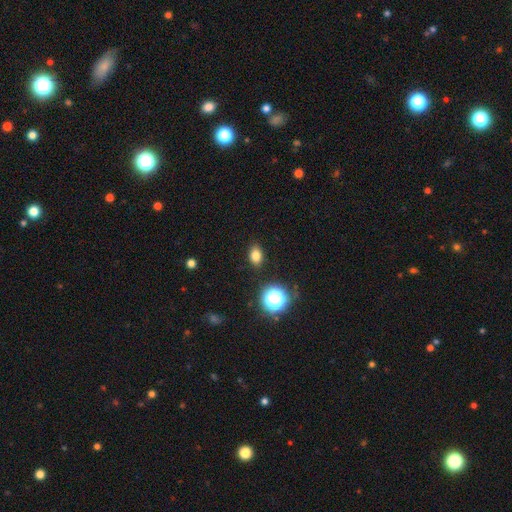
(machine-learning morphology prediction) Overall: smooth (77%). How rounded: in between (76%). Merging: none (88%).